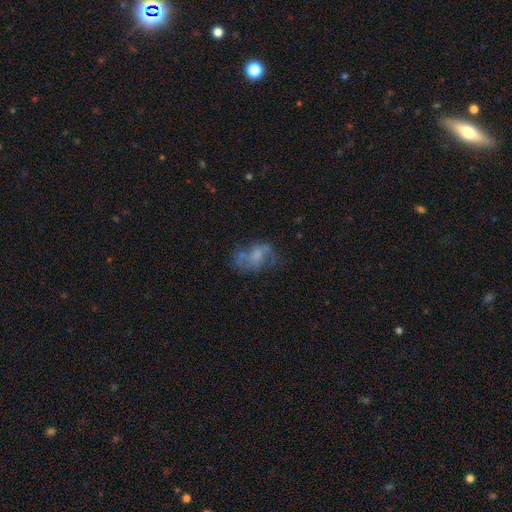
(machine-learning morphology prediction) smooth_or_featured: featured or disk (p=0.50) [alt: smooth p=0.37]
merging: none (p=0.40) [alt: major disturbance p=0.26]